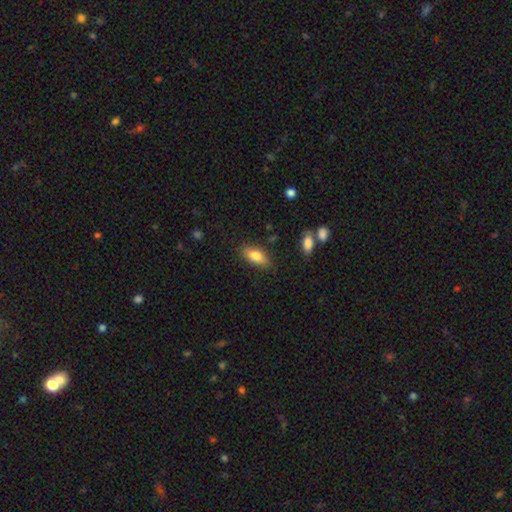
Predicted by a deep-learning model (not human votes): The model was most divided on "how rounded": in between: 81%, cigar-shaped: 16%, round: 3%. More confident: merging — none (83%); smooth or featured — smooth (79%).